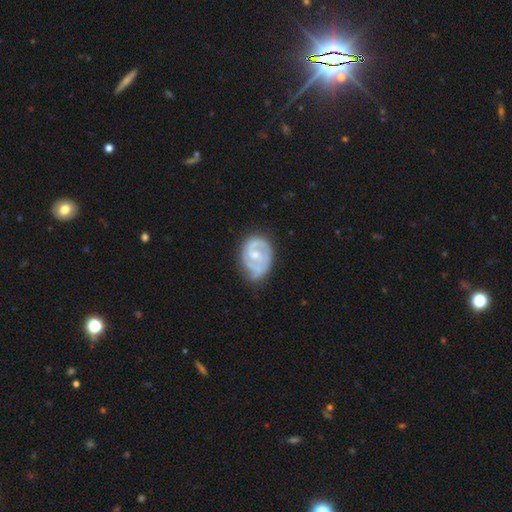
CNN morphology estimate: This appears to be a featured or disk galaxy (74%) with no bar (52%), 2 (56%) tight (45%) spiral arms (82%) and a moderate central bulge (52%). Merging: none (52%).